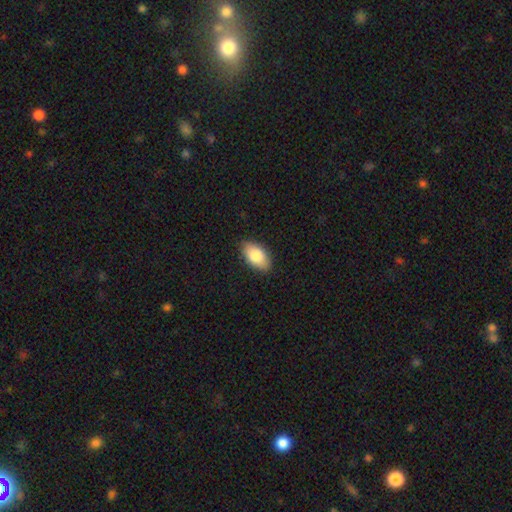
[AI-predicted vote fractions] Overall: smooth (83%). How rounded: in between (94%). Merging: none (87%).